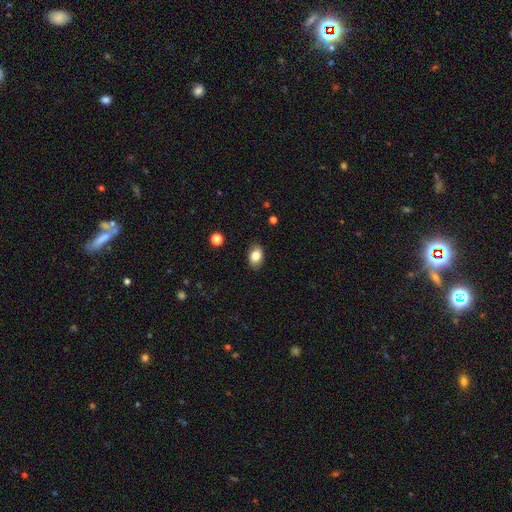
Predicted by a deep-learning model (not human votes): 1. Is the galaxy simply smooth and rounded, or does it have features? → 83% smooth, 9% featured or disk, 8% star or artifact.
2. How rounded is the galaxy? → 85% in between, 14% round, 1% cigar-shaped.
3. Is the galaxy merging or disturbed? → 86% none, 11% minor disturbance, 2% major disturbance, 1% merger.